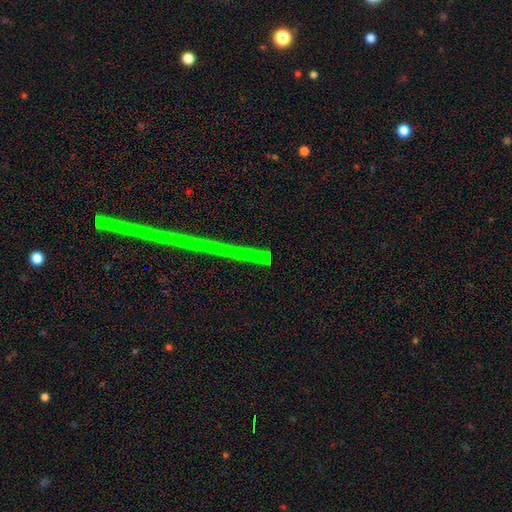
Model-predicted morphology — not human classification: smooth-or-featured: star or artifact: 74% | featured or disk: 14% | smooth: 12%